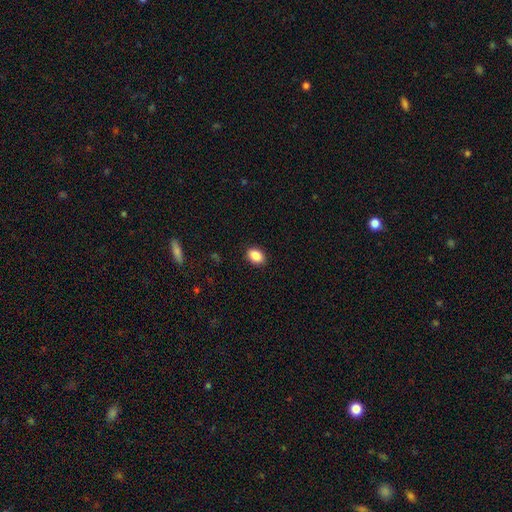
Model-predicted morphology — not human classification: type=smooth (88%); roundness=in between (78%); merging=none (90%).